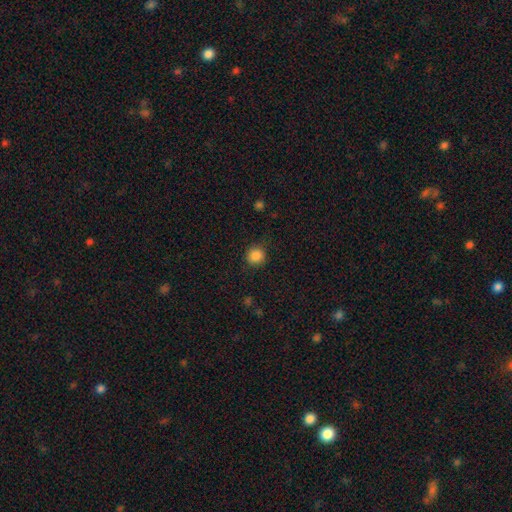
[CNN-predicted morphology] Smooth or featured? smooth (87%)
How rounded? round (91%)
Merging? none (87%)